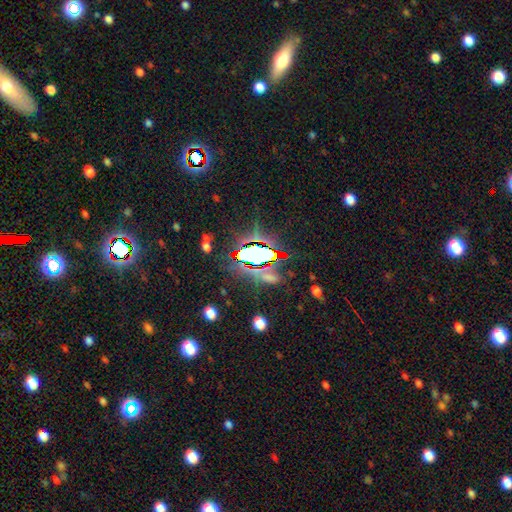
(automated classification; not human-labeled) This is likely a star or artifact rather than a galaxy (67%).